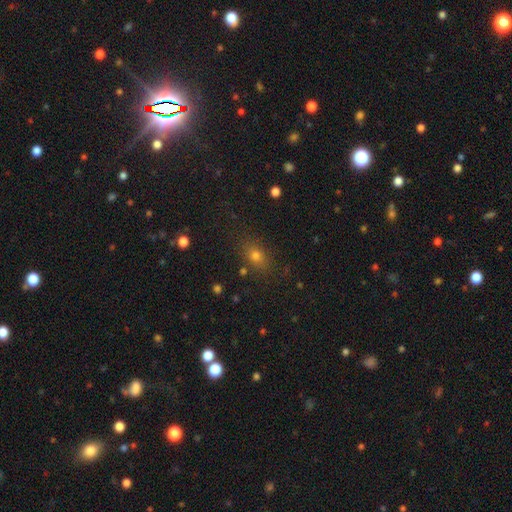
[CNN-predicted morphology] Smooth or featured? smooth (70%)
How rounded? in between (60%)
Merging? none (82%)